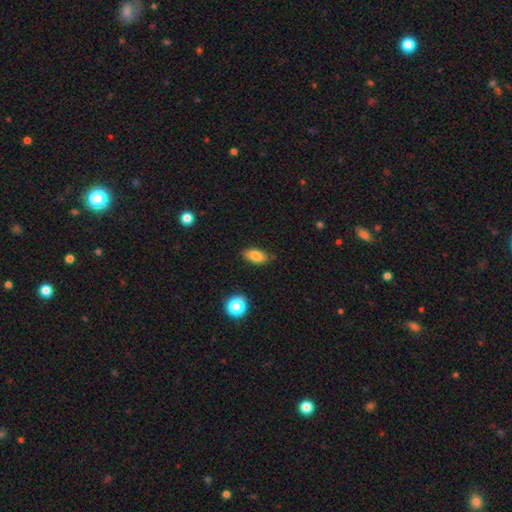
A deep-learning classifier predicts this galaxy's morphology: A smooth galaxy with no disk features (82%) that is in between round and cigar-shaped (89%).

Vote fractions:
- Smooth or featured? smooth: 82% / featured or disk: 9% / star or artifact: 9%
- How rounded? in between: 89% / round: 6% / cigar-shaped: 5%
- Merging? none: 81% / minor disturbance: 15% / major disturbance: 3% / merger: 2%